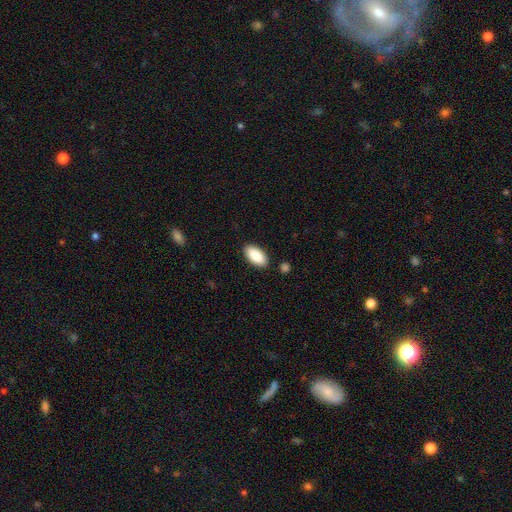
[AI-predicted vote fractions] smooth-or-featured: smooth: 89% | star or artifact: 6% | featured or disk: 5%
  how-rounded: in between: 94% | cigar-shaped: 4% | round: 2%
  merging: none: 88% | minor disturbance: 8% | major disturbance: 2% | merger: 2%